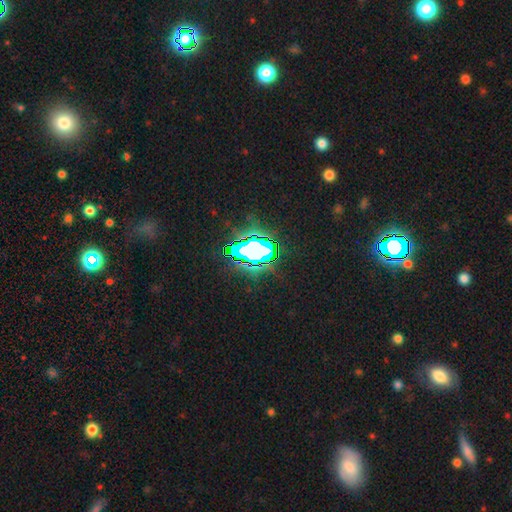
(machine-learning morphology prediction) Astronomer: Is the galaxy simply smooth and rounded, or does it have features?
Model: star or artifact — 75%.